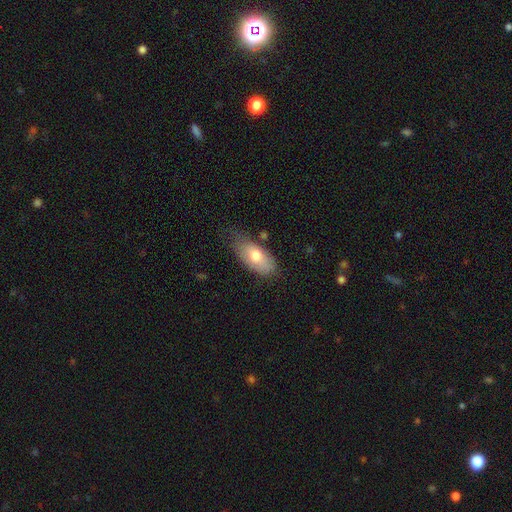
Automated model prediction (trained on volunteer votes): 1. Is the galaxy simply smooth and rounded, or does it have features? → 73% smooth, 20% featured or disk, 7% star or artifact.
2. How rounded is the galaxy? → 90% in between, 6% cigar-shaped, 4% round.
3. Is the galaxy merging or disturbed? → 57% none, 31% minor disturbance, 9% major disturbance, 3% merger.